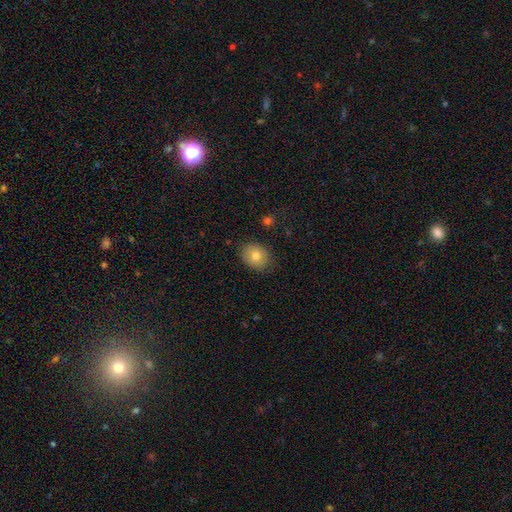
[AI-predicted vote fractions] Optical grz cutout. It shows a smooth galaxy with no disk features (76%) that is round (53%). Merging: none (84%).